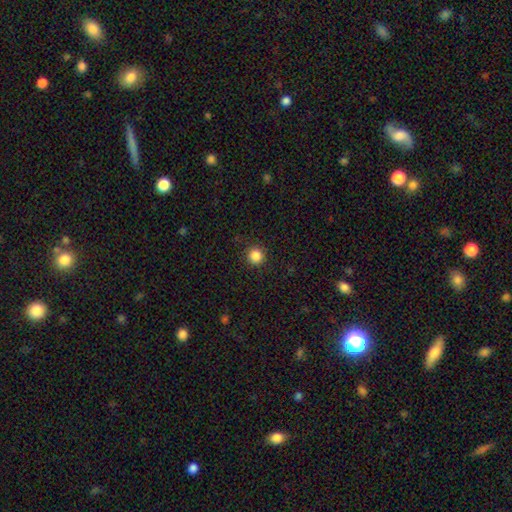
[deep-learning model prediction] This is clearly a smooth galaxy (86%). How rounded: clearly round (95%). Merging: clearly none (91%).